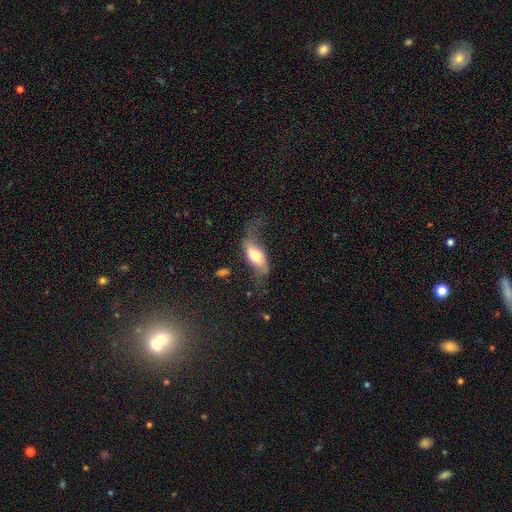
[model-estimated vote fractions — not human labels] A smooth galaxy with no disk features (50%).

Vote fractions:
- Smooth or featured? smooth: 50% / featured or disk: 43% / star or artifact: 7%
- Merging? none: 38% / major disturbance: 32% / minor disturbance: 27% / merger: 3%